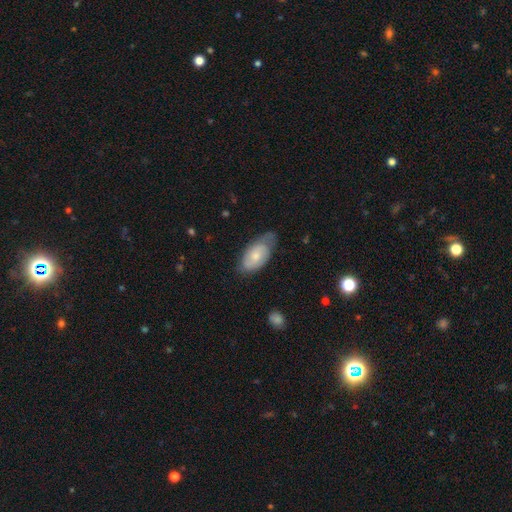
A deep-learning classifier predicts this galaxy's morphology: smooth 52%, featured or disk 42%, star or artifact 6%. Down the decision tree: how rounded — in between (92%); merging — none (51%).